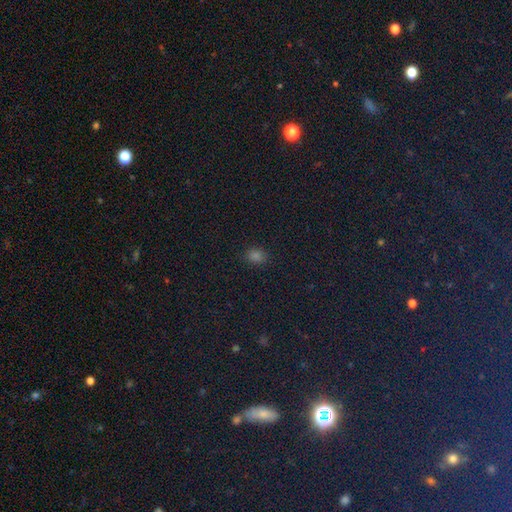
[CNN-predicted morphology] Smooth or featured?
  - smooth: 76% *
  - star or artifact: 20%
  - featured or disk: 4%
How rounded?
  - round: 52% *
  - in between: 47%
  - cigar-shaped: 1%
Merging?
  - none: 89% *
  - minor disturbance: 8%
  - major disturbance: 2%
  - merger: 1%